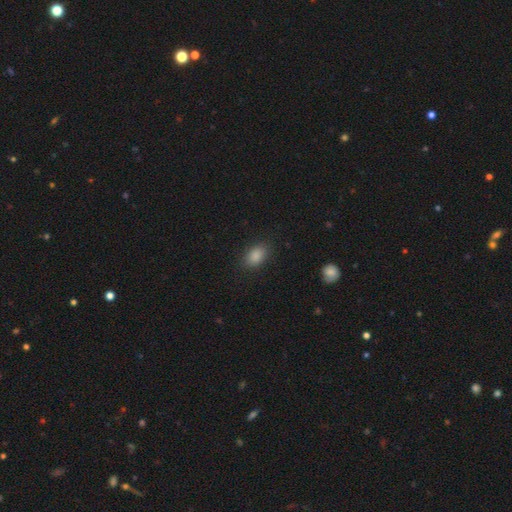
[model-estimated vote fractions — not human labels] Overall: smooth (87%). How rounded: in between (87%). Merging: none (85%).